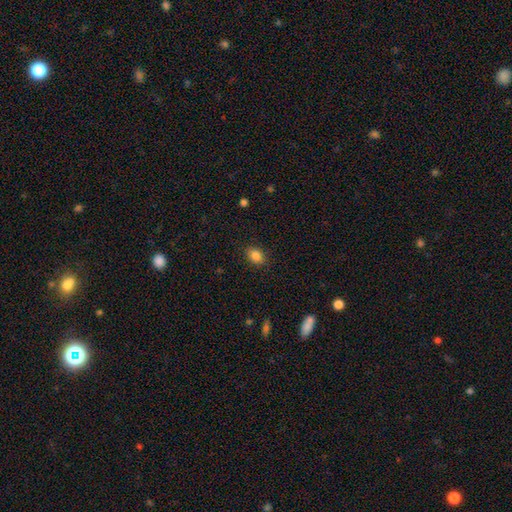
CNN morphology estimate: smooth 86%, star or artifact 10%, featured or disk 4%. Down the decision tree: how rounded — in between (71%); merging — none (88%).